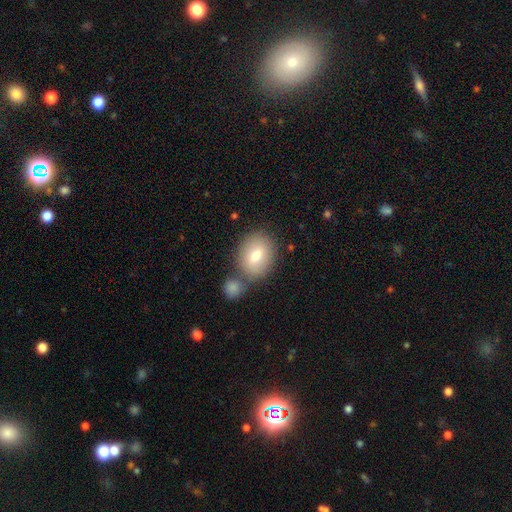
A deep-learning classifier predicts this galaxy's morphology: Smooth or featured? Predicted: smooth (p=0.77). How rounded? Predicted: in between (p=0.58). Merging? Predicted: none (p=0.60).